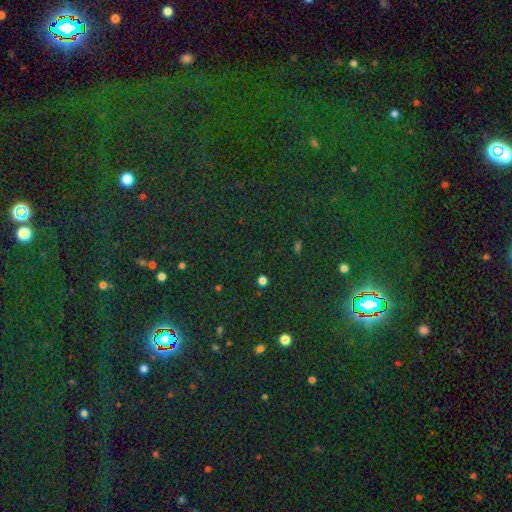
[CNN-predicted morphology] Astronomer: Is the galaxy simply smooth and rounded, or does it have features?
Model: star or artifact — 82%.